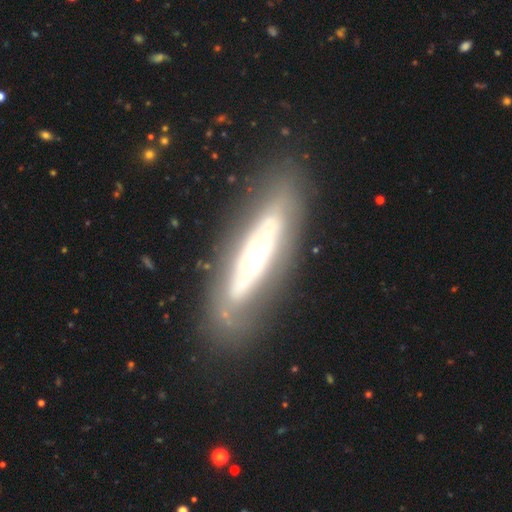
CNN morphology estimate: Smooth or featured: featured or disk — 72% (smooth — 22%)
Edge-on disk: no — 72% (yes — 28%)
Bar: no — 80% (weak — 12%)
Spiral arms: no — 64% (yes — 36%)
Bulge size: moderate — 48% (small — 40%)
Merging: none — 76% (minor disturbance — 14%)